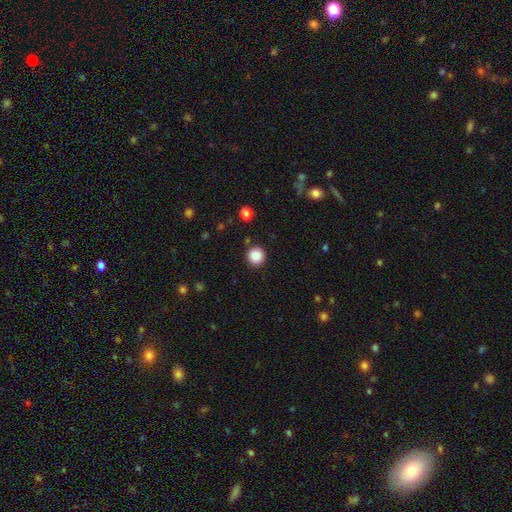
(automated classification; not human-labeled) Overall: smooth (87%). How rounded: round (94%). Merging: none (90%).